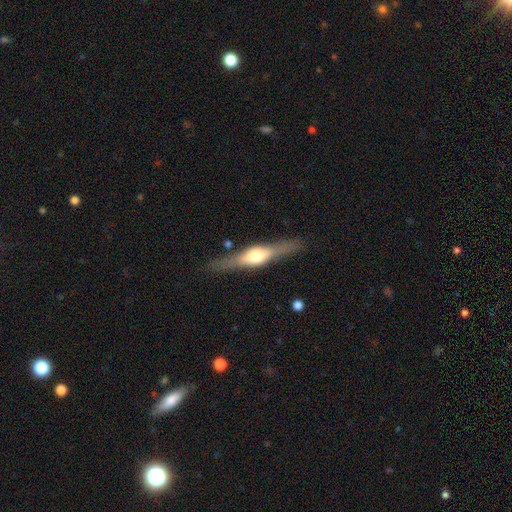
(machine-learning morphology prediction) Smooth or featured? featured or disk (72%)
Edge-on disk? yes (96%)
Edge-on bulge? rounded (89%)
Merging? none (84%)